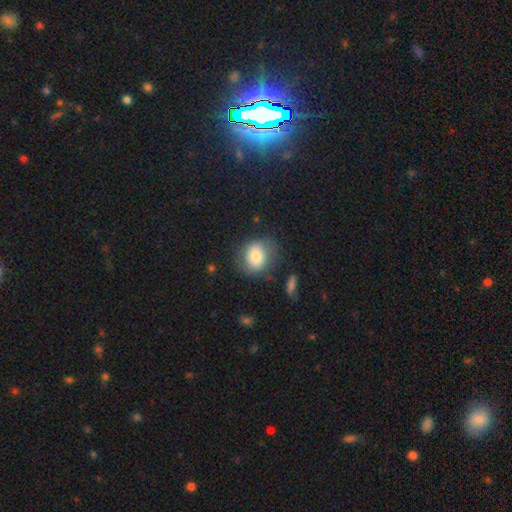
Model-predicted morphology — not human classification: smooth 73%, featured or disk 18%, star or artifact 9%. Down the decision tree: how rounded — round (63%); merging — none (67%).